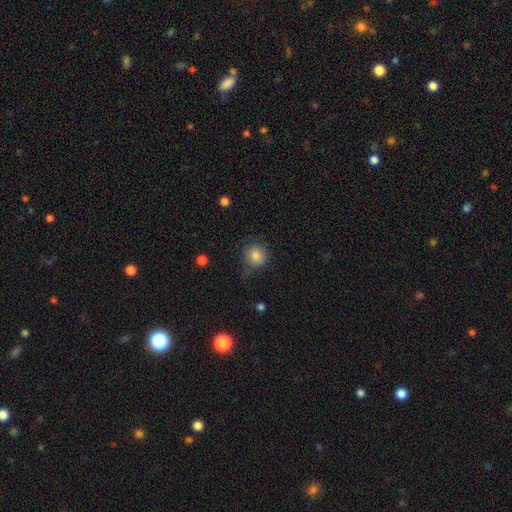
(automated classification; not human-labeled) This is clearly a smooth galaxy (83%). How rounded: clearly round (90%). Merging: likely none (74%).